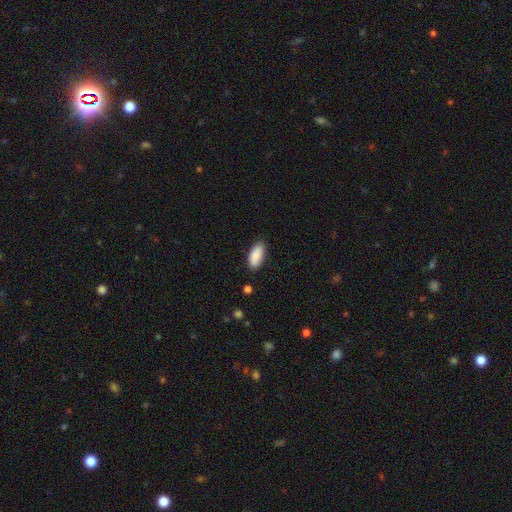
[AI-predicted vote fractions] A smooth galaxy with no disk features (89%) that is in between round and cigar-shaped (89%).

Vote fractions:
- Smooth or featured? smooth: 89% / star or artifact: 6% / featured or disk: 5%
- How rounded? in between: 89% / cigar-shaped: 9% / round: 2%
- Merging? none: 85% / minor disturbance: 12% / major disturbance: 2% / merger: 1%